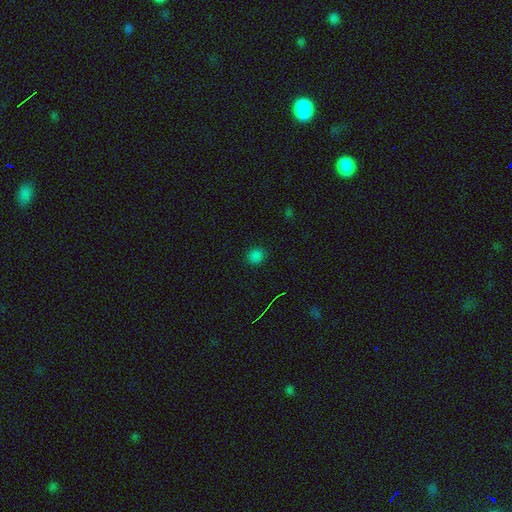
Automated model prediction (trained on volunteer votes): Q: Smooth or featured?
A: smooth (79%); runner-up: star or artifact (18%)
Q: How rounded?
A: round (87%); runner-up: in between (12%)
Q: Merging?
A: none (90%); runner-up: minor disturbance (7%)